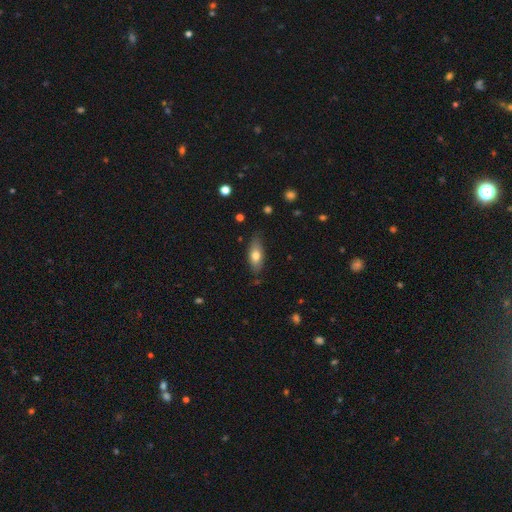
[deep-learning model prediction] smooth_or_featured: smooth (p=0.72) [alt: featured or disk p=0.21]
how_rounded: in between (p=0.79) [alt: cigar-shaped p=0.18]
merging: none (p=0.77) [alt: minor disturbance p=0.18]